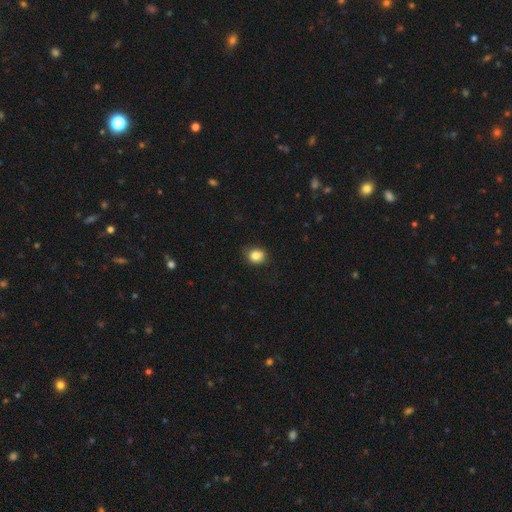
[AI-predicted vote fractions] A smooth galaxy with no disk features (85%) that is round (69%).

Vote fractions:
- Smooth or featured? smooth: 85% / star or artifact: 10% / featured or disk: 5%
- How rounded? round: 69% / in between: 31% / cigar-shaped: 1%
- Merging? none: 82% / minor disturbance: 14% / major disturbance: 3% / merger: 1%